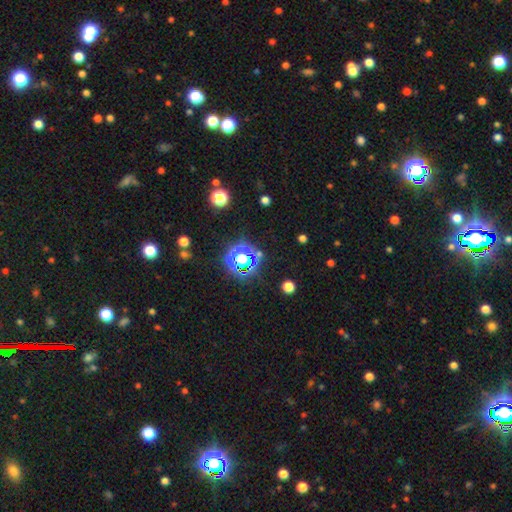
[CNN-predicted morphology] This appears to be a star or artifact, not a galaxy (72%).